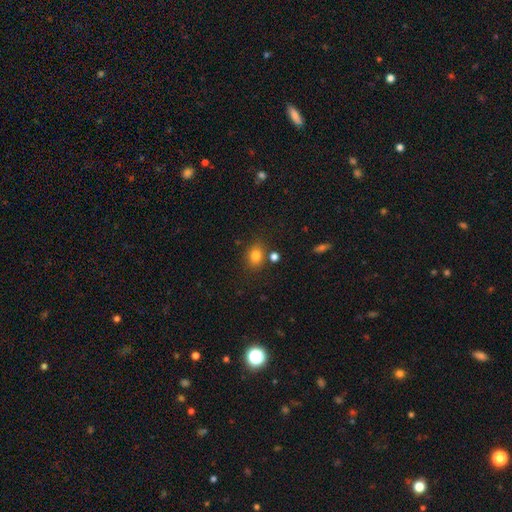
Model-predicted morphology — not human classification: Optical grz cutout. It shows a smooth galaxy with no disk features (80%) that is round (52%). Merging: none (75%).